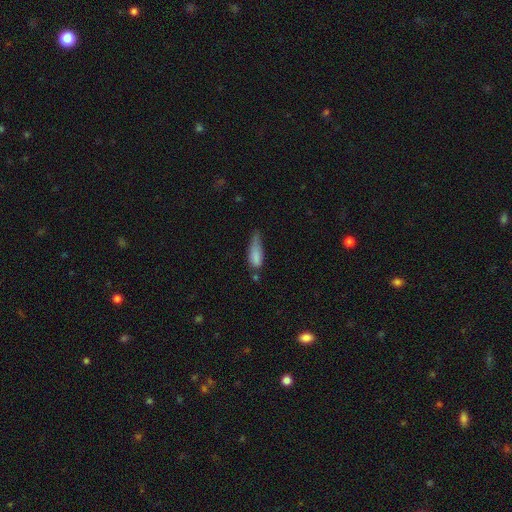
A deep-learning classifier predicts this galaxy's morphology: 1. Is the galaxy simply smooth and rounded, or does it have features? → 79% smooth, 13% featured or disk, 8% star or artifact.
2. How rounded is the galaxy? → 62% in between, 35% cigar-shaped, 3% round.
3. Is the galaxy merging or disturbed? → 42% minor disturbance, 25% major disturbance, 25% none, 8% merger.